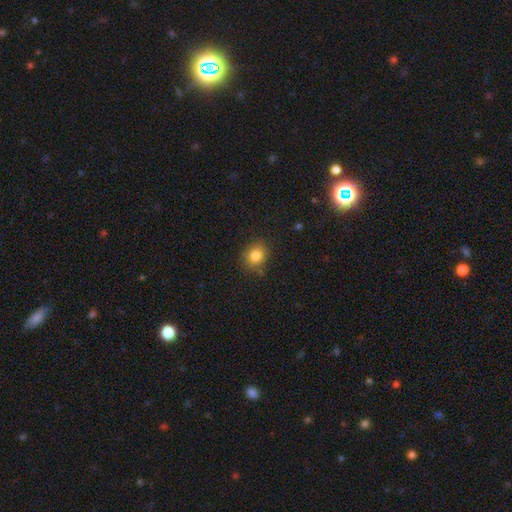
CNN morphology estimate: Smooth or featured? smooth (83%)
How rounded? round (67%)
Merging? none (85%)